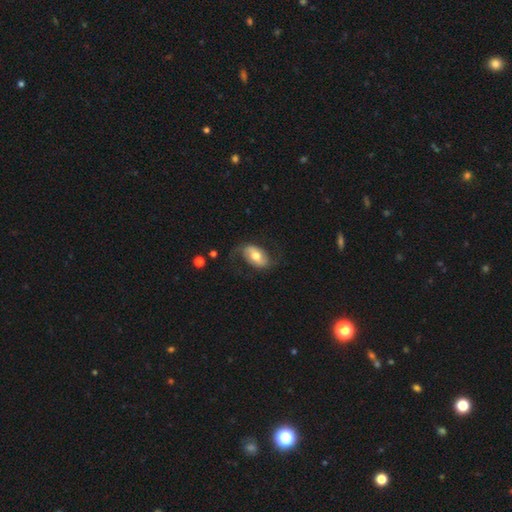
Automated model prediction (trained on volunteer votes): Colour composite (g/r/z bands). It shows a featured or disk galaxy (55%) with no bar (37%), spiral arms (80%) and a moderate central bulge (67%). Merging: none (64%).